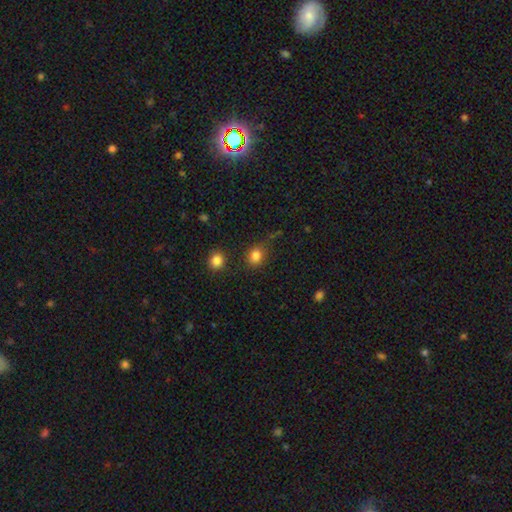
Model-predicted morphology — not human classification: smooth_or_featured: smooth (p=0.83) [alt: star or artifact p=0.12]
how_rounded: round (p=0.68) [alt: in between p=0.31]
merging: none (p=0.76) [alt: minor disturbance p=0.15]